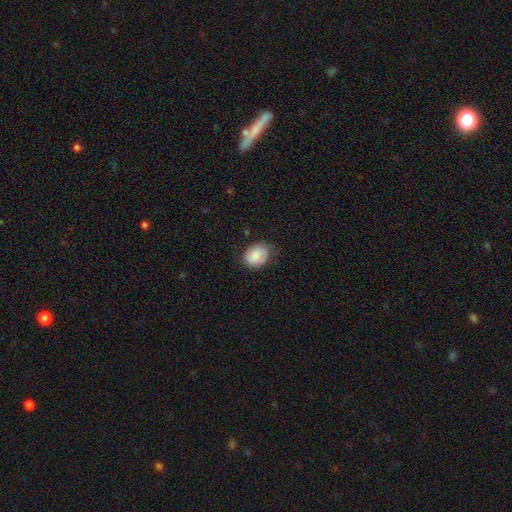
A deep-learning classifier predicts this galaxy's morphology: This appears to be a smooth galaxy with no disk features (74%) that is in between round and cigar-shaped (58%). Merging: none (67%).